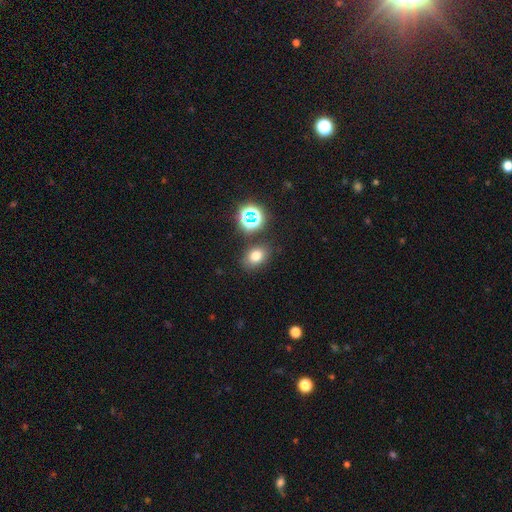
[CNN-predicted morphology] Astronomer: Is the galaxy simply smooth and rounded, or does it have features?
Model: smooth — 72%.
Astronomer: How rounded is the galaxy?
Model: in between — 63%.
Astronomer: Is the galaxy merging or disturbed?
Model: none — 80%.